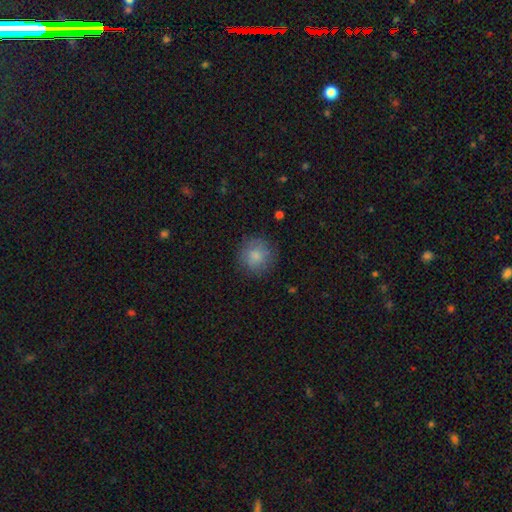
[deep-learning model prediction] Smooth or featured? Predicted: smooth (p=0.83). How rounded? Predicted: round (p=0.93). Merging? Predicted: none (p=0.83).